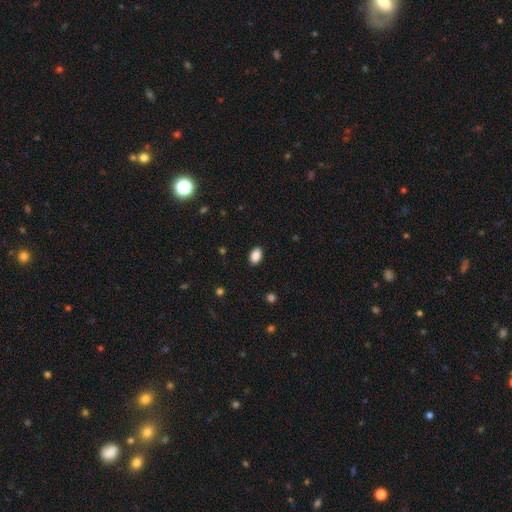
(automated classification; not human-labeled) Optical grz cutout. It shows a smooth galaxy with no disk features (89%) that is in between round and cigar-shaped (89%). Merging: none (89%).